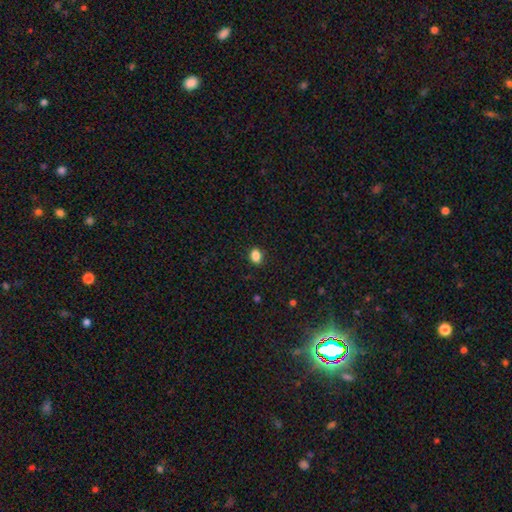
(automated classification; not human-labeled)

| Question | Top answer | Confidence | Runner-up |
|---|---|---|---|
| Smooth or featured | smooth | 86% | star or artifact (10%) |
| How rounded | in between | 61% | round (38%) |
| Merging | none | 89% | minor disturbance (8%) |